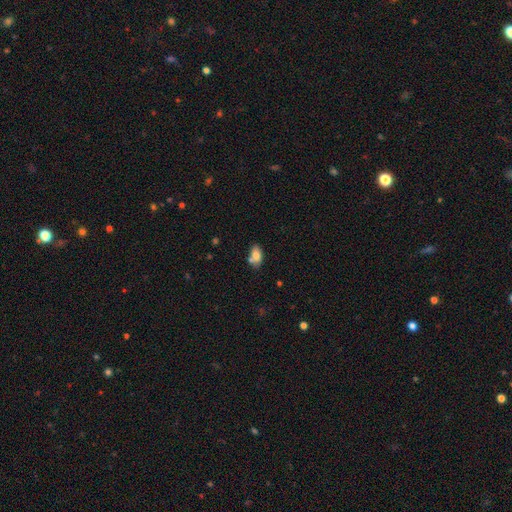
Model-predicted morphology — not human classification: Smooth or featured?
  - smooth: 78% *
  - featured or disk: 13%
  - star or artifact: 8%
How rounded?
  - in between: 90% *
  - round: 7%
  - cigar-shaped: 3%
Merging?
  - none: 60% *
  - merger: 19%
  - minor disturbance: 17%
  - major disturbance: 4%